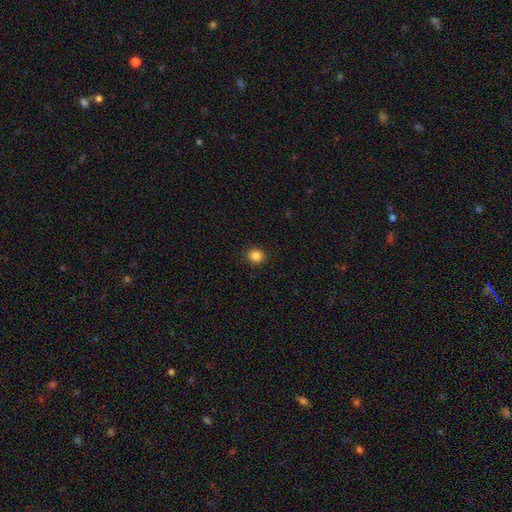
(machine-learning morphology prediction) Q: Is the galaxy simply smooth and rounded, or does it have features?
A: smooth — 86%.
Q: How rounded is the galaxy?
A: round — 81%.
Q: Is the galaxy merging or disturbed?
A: none — 91%.